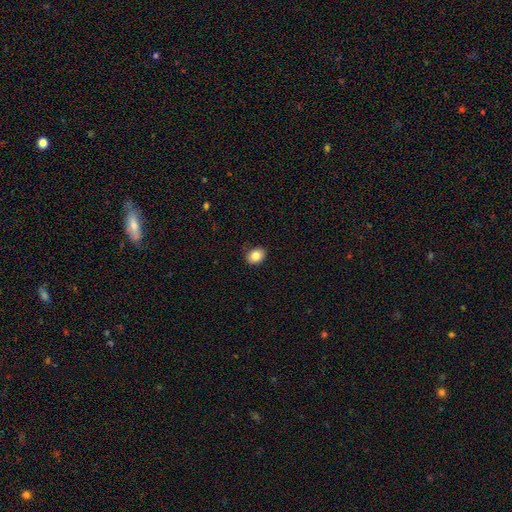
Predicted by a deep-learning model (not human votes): A smooth galaxy with no disk features (84%) that is in between round and cigar-shaped (61%). Merging: none (87%).